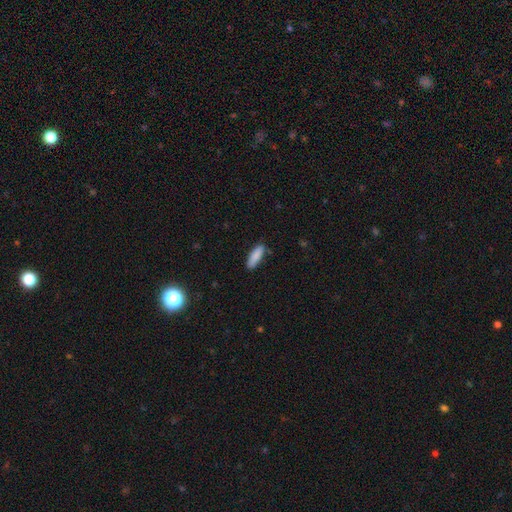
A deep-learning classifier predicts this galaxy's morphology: A smooth galaxy with no disk features (87%) that is cigar-shaped (49%, tied with in between).

Vote fractions:
- Smooth or featured? smooth: 87% / featured or disk: 6% / star or artifact: 6%
- How rounded? cigar-shaped: 49% (tied) / in between: 49% (tied) / round: 2%
- Merging? none: 82% / minor disturbance: 13% / major disturbance: 2% / merger: 2%